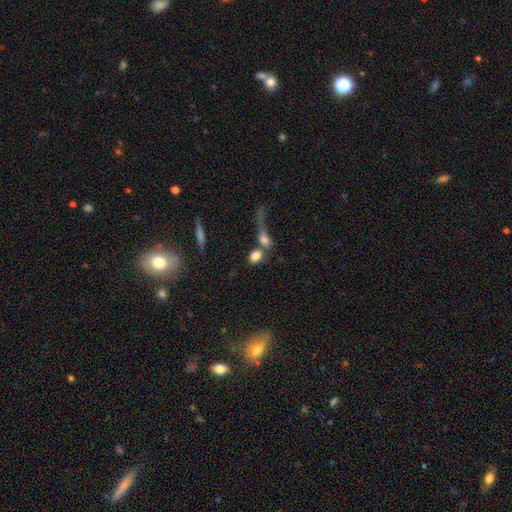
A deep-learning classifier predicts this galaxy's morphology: smooth 79%, featured or disk 11%, star or artifact 9%. Down the decision tree: how rounded — in between (59%); merging — merger (46%).